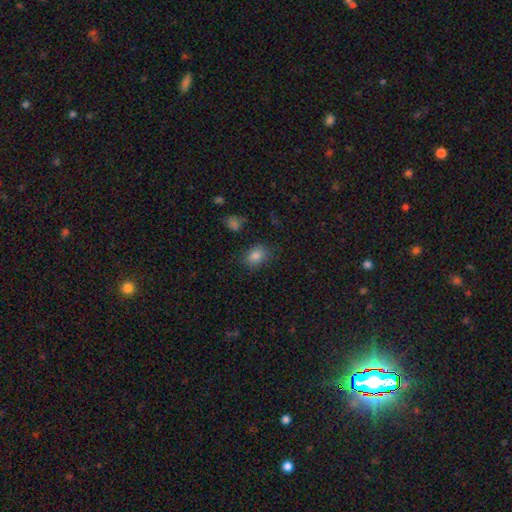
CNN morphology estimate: Smooth or featured? smooth (82%)
How rounded? in between (63%)
Merging? none (81%)